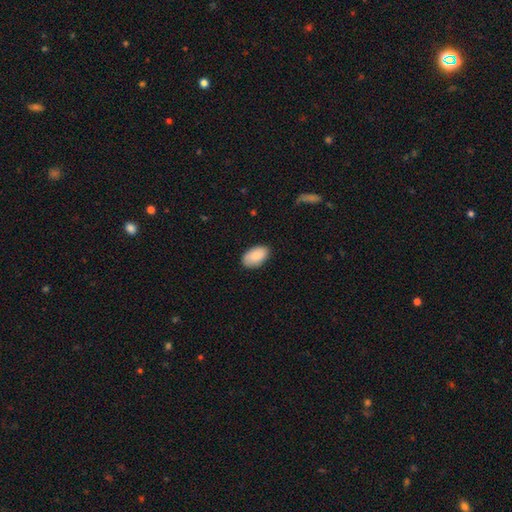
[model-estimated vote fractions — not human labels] Smooth or featured? Predicted: smooth (p=0.88). How rounded? Predicted: in between (p=0.94). Merging? Predicted: none (p=0.83).